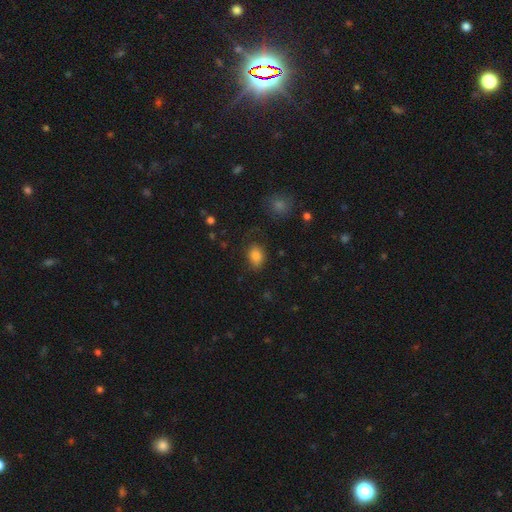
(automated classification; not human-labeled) A smooth galaxy with no disk features (85%) that is in between round and cigar-shaped (76%).

Vote fractions:
- Smooth or featured? smooth: 85% / star or artifact: 10% / featured or disk: 5%
- How rounded? in between: 76% / round: 23% / cigar-shaped: 1%
- Merging? none: 71% / minor disturbance: 19% / major disturbance: 8% / merger: 2%